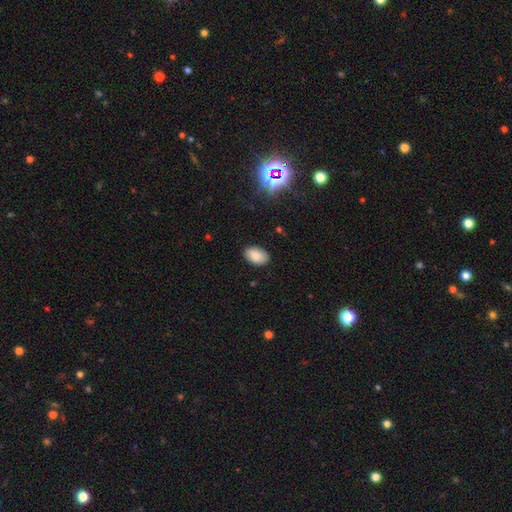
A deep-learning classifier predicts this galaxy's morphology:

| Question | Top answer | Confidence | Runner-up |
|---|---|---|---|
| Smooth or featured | smooth | 84% | star or artifact (10%) |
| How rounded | in between | 91% | round (7%) |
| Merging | none | 86% | minor disturbance (11%) |